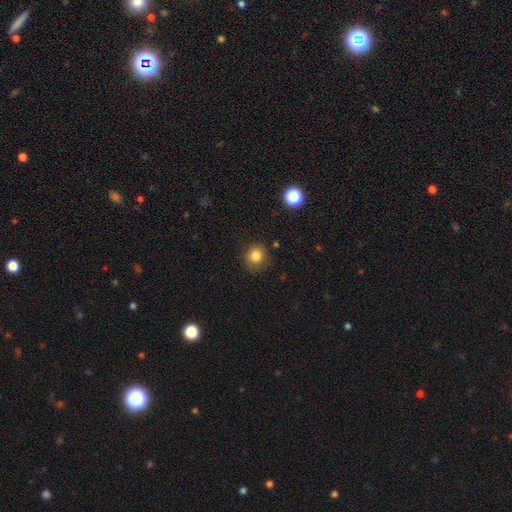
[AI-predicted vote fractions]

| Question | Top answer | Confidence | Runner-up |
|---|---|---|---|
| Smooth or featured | smooth | 82% | star or artifact (12%) |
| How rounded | round | 88% | in between (11%) |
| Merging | none | 85% | minor disturbance (11%) |